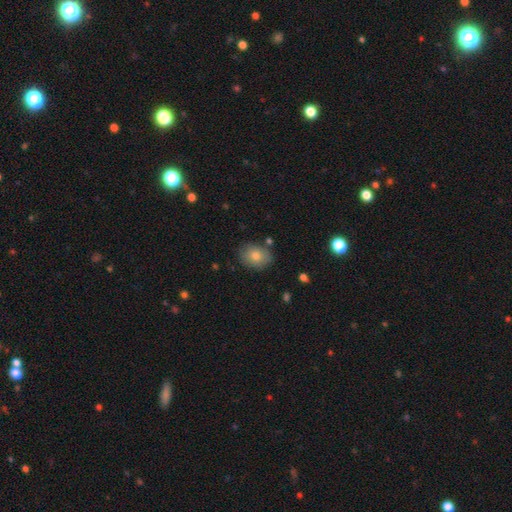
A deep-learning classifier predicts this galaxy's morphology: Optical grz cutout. It shows a smooth galaxy with no disk features (76%) that is in between round and cigar-shaped (64%). Merging: none (82%).